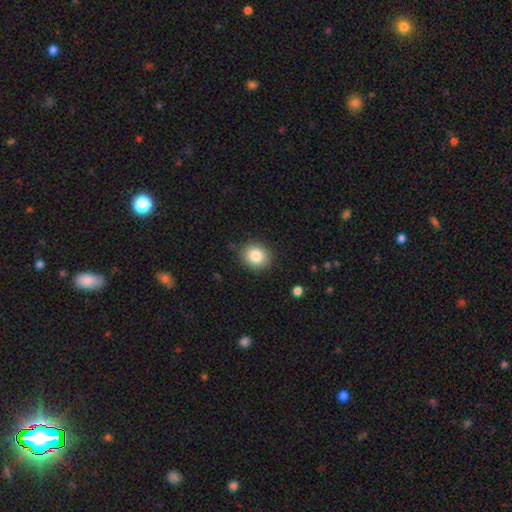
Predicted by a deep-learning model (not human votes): This appears to be a smooth galaxy with no disk features (84%) that is round (68%). Merging: none (87%).